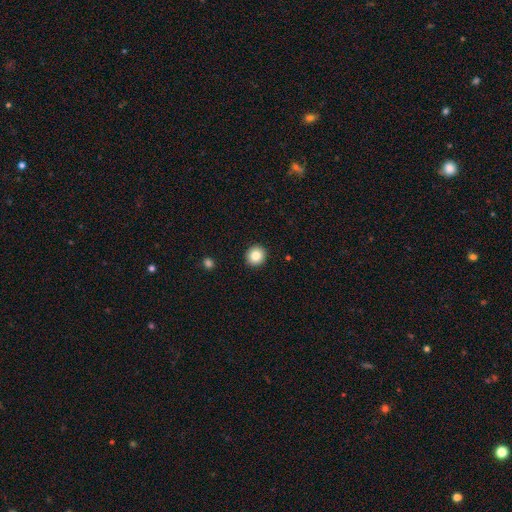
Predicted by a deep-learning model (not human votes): smooth_or_featured: smooth (p=0.85) [alt: star or artifact p=0.09]
how_rounded: round (p=0.91) [alt: in between p=0.08]
merging: none (p=0.92) [alt: minor disturbance p=0.05]